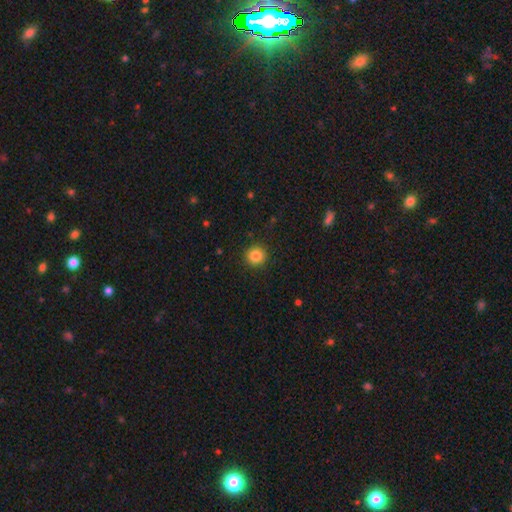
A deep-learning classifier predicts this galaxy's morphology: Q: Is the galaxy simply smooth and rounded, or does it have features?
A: smooth — 85%.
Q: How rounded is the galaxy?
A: round — 92%.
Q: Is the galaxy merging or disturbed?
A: none — 91%.